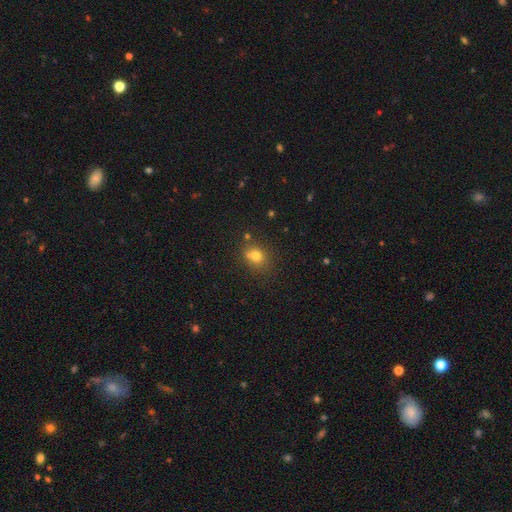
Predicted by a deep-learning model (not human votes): smooth 73%, star or artifact 16%, featured or disk 12%. Down the decision tree: how rounded — round (66%); merging — none (60%).